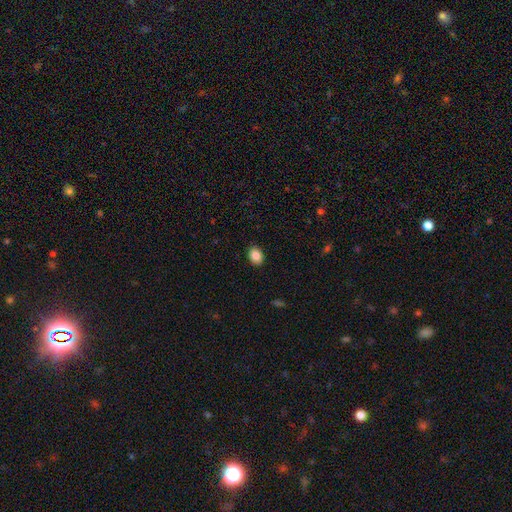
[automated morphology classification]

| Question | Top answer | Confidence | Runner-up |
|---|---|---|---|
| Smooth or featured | smooth | 86% | star or artifact (9%) |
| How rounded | in between | 66% | round (33%) |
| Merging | none | 89% | minor disturbance (8%) |